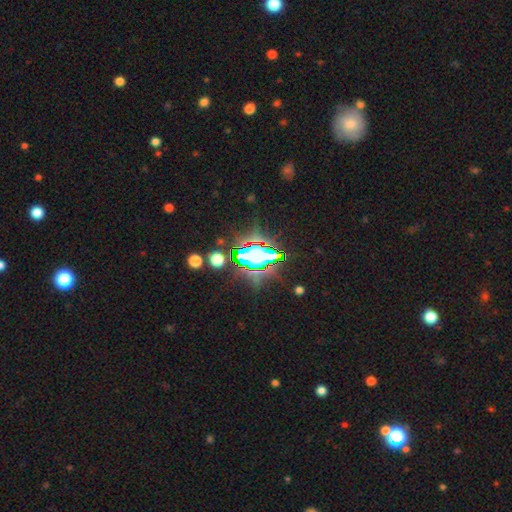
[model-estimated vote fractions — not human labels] This is likely a star or artifact rather than a galaxy (64%).